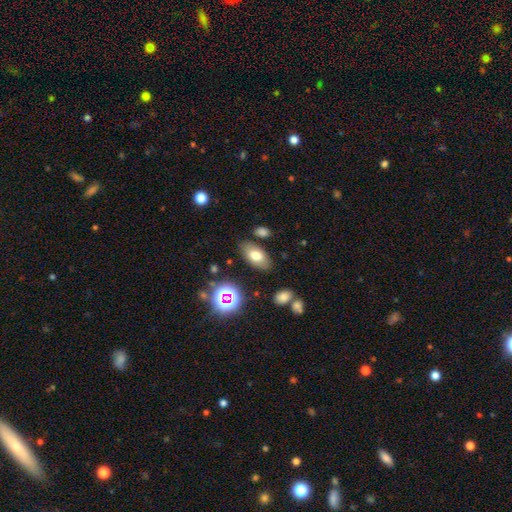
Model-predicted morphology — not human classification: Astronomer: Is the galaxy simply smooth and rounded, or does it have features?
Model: smooth — 72%.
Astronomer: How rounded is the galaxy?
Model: in between — 91%.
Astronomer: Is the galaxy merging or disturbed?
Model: none — 80%.